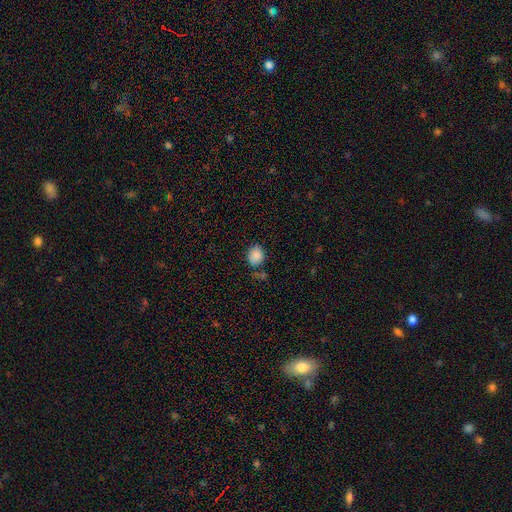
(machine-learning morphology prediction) Overall: smooth (86%). How rounded: round (58%; in between 41%). Merging: none (66%).